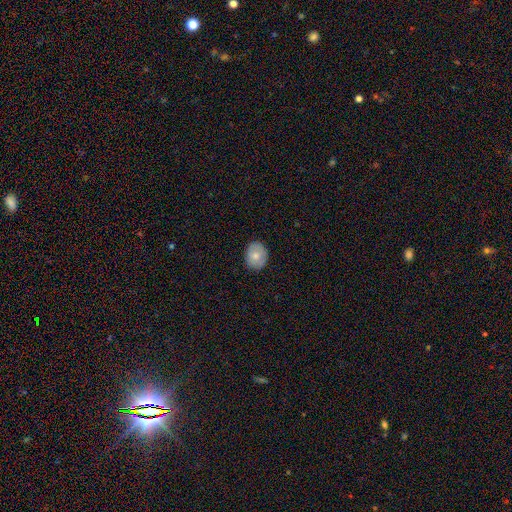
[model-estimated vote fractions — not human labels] Smooth or featured? Predicted: smooth (p=0.76). How rounded? Predicted: round (p=0.53). Merging? Predicted: none (p=0.86).